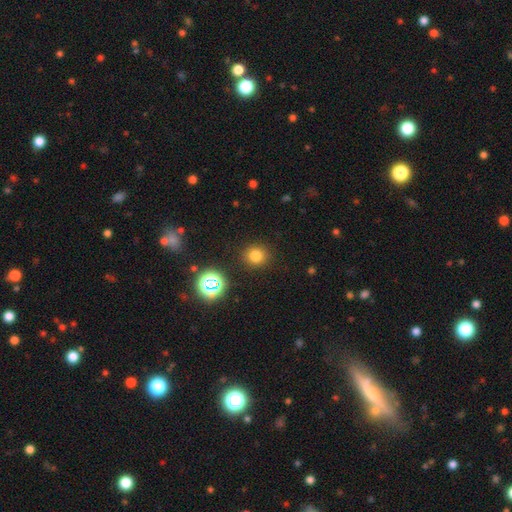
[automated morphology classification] The model was most divided on "smooth or featured": smooth: 77%, star or artifact: 18%, featured or disk: 6%. More confident: how rounded — round (89%); merging — none (89%).